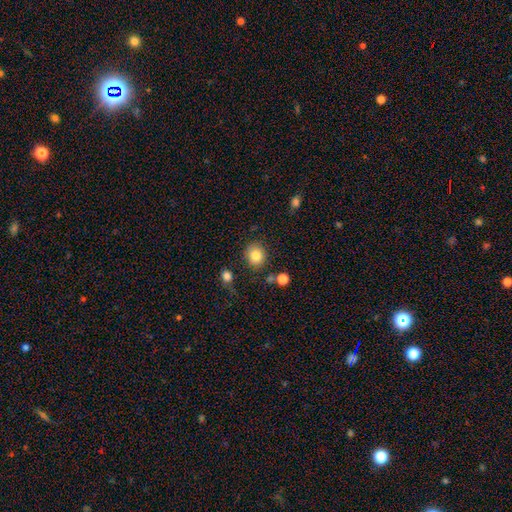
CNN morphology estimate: smooth_or_featured: smooth (p=0.83) [alt: star or artifact p=0.10]
how_rounded: round (p=0.78) [alt: in between p=0.22]
merging: none (p=0.83) [alt: minor disturbance p=0.10]